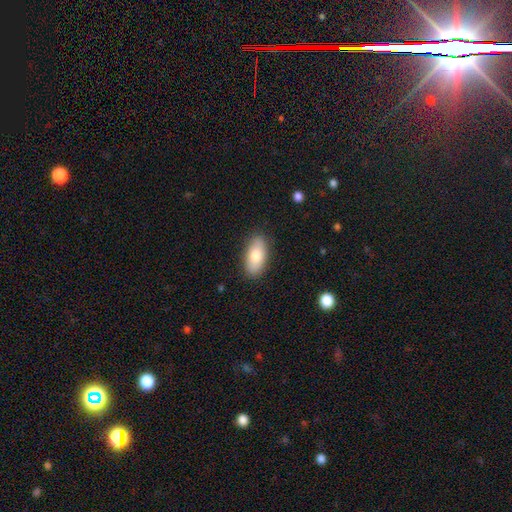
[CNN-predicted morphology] Smooth or featured? smooth (80%)
How rounded? in between (89%)
Merging? none (87%)